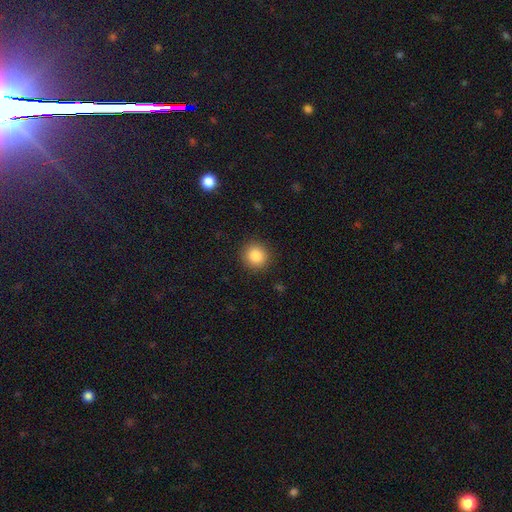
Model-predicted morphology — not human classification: Smooth or featured: smooth — 86% (star or artifact — 9%)
How rounded: round — 93% (in between — 7%)
Merging: none — 91% (minor disturbance — 6%)